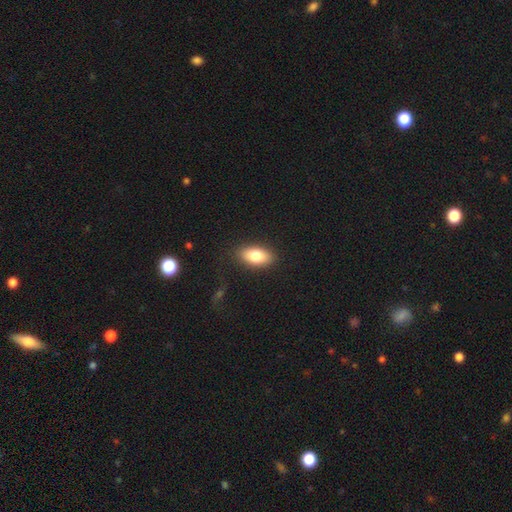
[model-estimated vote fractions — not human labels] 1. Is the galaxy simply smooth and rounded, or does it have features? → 79% smooth, 14% featured or disk, 7% star or artifact.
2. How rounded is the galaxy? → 90% in between, 5% cigar-shaped, 5% round.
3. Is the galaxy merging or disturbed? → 87% none, 9% minor disturbance, 3% major disturbance, 1% merger.